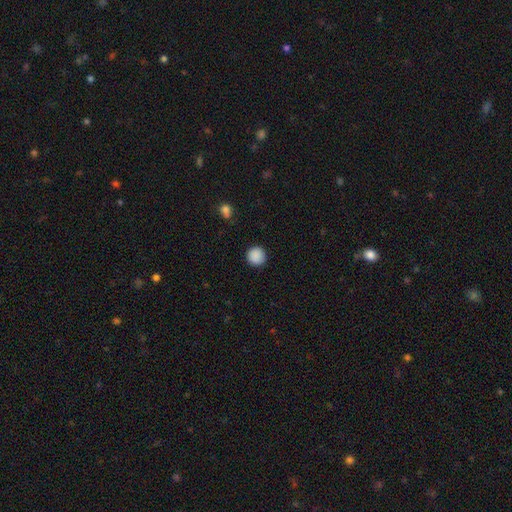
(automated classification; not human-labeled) This is clearly a smooth galaxy (89%). How rounded: clearly round (95%). Merging: clearly none (91%).